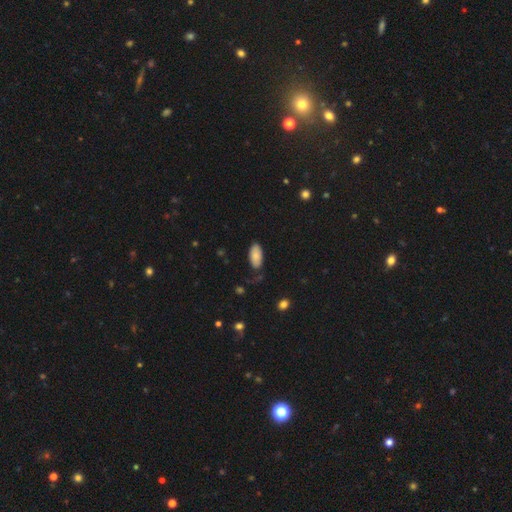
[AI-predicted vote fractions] A smooth galaxy with no disk features (84%) that is in between round and cigar-shaped (94%). Merging: none (71%).